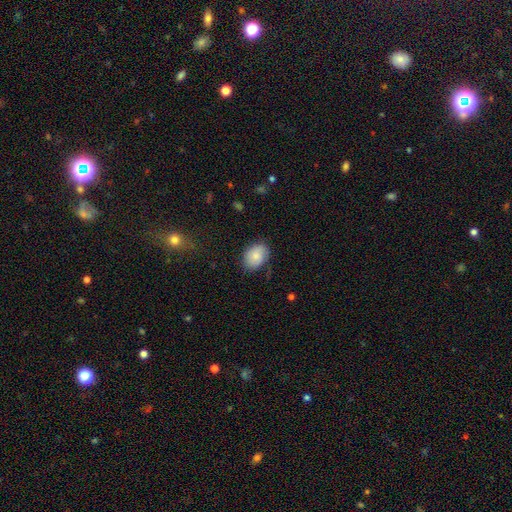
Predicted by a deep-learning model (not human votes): A smooth galaxy with no disk features (78%) that is in between round and cigar-shaped (72%).

Vote fractions:
- Smooth or featured? smooth: 78% / featured or disk: 15% / star or artifact: 7%
- How rounded? in between: 72% / round: 27% / cigar-shaped: 1%
- Merging? none: 72% / minor disturbance: 21% / major disturbance: 6% / merger: 1%